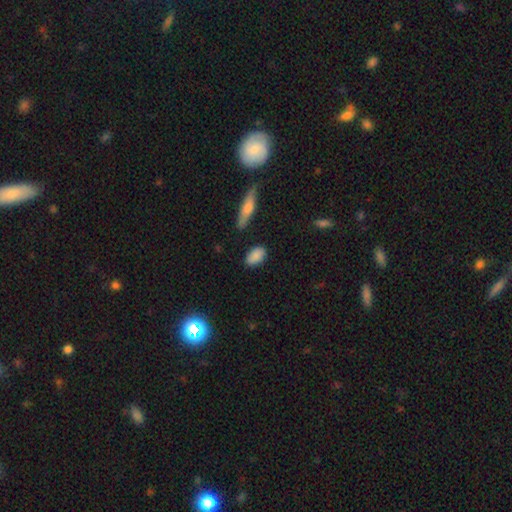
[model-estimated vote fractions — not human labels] smooth_or_featured: smooth (p=0.87) [alt: star or artifact p=0.07]
how_rounded: in between (p=0.91) [alt: round p=0.06]
merging: none (p=0.82) [alt: minor disturbance p=0.12]